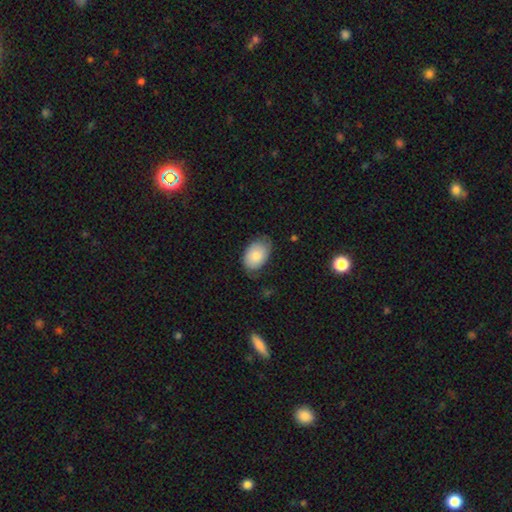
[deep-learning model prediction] smooth 79%, featured or disk 14%, star or artifact 6%. Down the decision tree: how rounded — in between (88%); merging — none (63%).